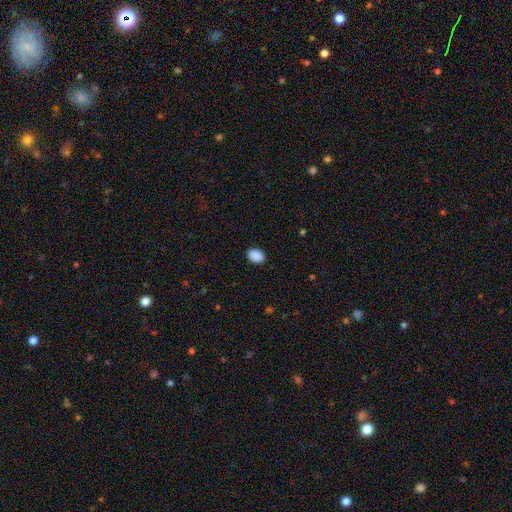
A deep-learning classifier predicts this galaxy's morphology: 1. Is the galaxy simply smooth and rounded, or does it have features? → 90% smooth, 8% star or artifact, 2% featured or disk.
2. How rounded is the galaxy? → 73% in between, 26% round, 1% cigar-shaped.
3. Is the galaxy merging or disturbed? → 89% none, 8% minor disturbance, 2% major disturbance, 1% merger.